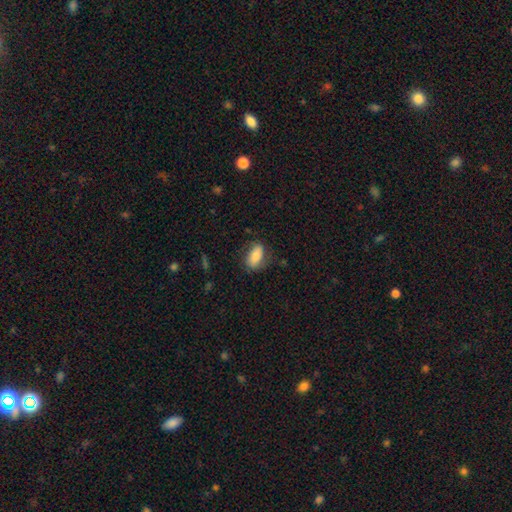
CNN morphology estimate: This is likely a smooth galaxy (74%). How rounded: clearly in between (89%). Merging: likely none (69%).